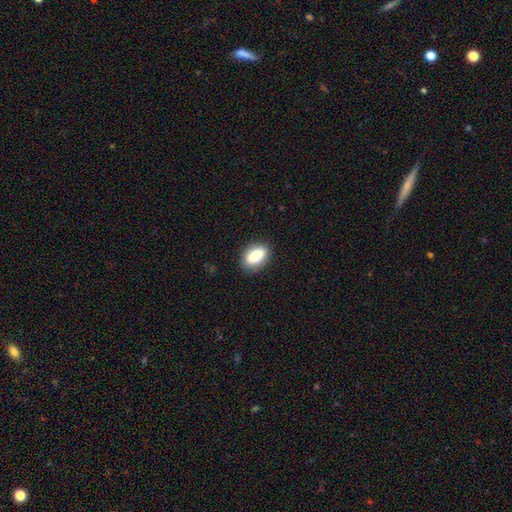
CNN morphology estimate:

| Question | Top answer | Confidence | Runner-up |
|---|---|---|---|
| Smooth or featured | smooth | 83% | featured or disk (9%) |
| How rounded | in between | 87% | round (9%) |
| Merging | none | 86% | minor disturbance (11%) |